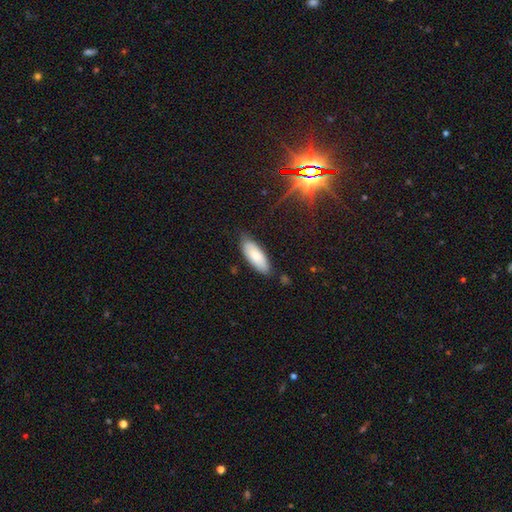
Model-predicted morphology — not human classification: Smooth or featured? Predicted: smooth (p=0.80). How rounded? Predicted: in between (p=0.73). Merging? Predicted: none (p=0.76).